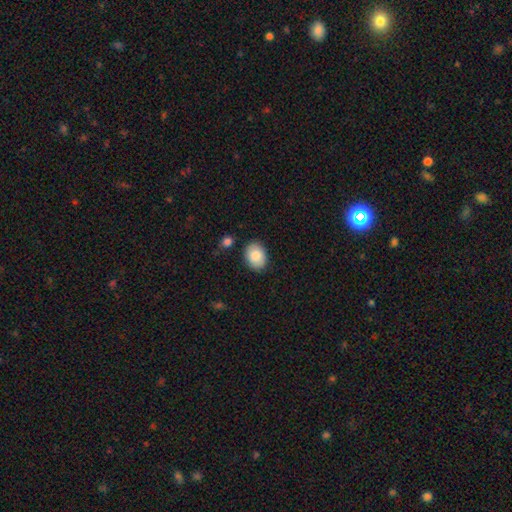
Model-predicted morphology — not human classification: A smooth galaxy with no disk features (86%) that is in between round and cigar-shaped (68%).

Vote fractions:
- Smooth or featured? smooth: 86% / featured or disk: 8% / star or artifact: 7%
- How rounded? in between: 68% / round: 31% / cigar-shaped: 1%
- Merging? none: 83% / minor disturbance: 11% / merger: 3% / major disturbance: 3%